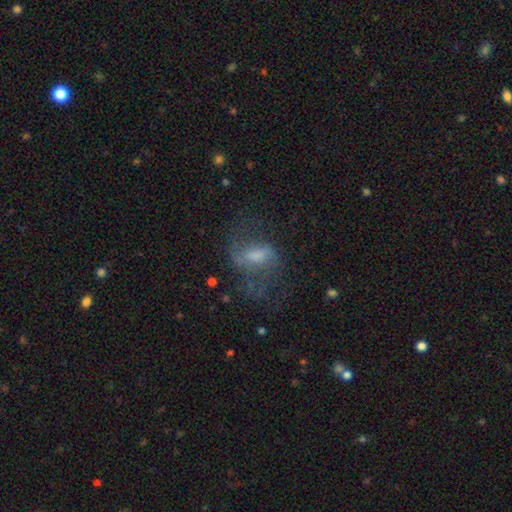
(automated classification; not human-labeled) This is possibly a featured or disk galaxy (51%). It is clearly not viewed edge-on (94%). Merging: marginally none (42%).